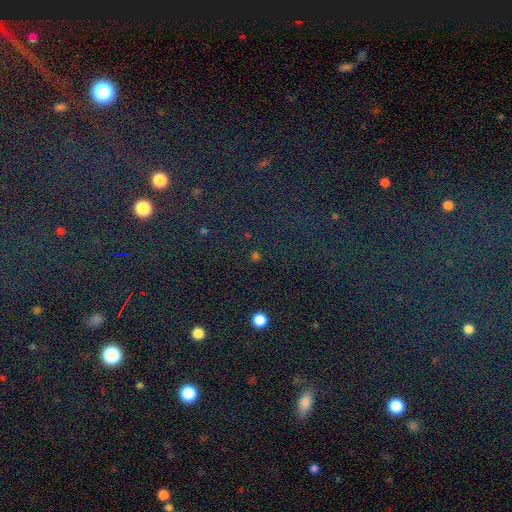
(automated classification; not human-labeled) Overall: star or artifact (61%; smooth 31%).